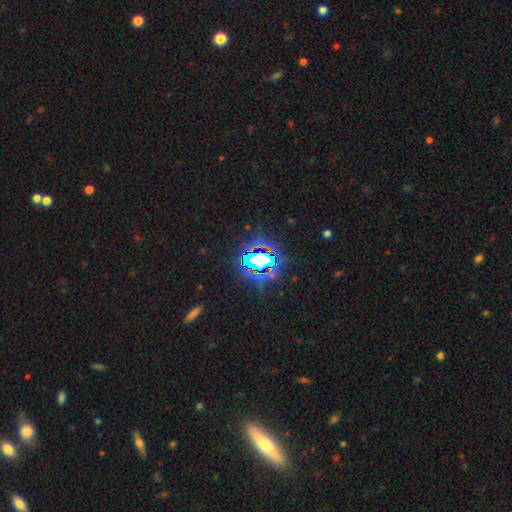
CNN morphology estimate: A star or artifact, not a galaxy (73%).